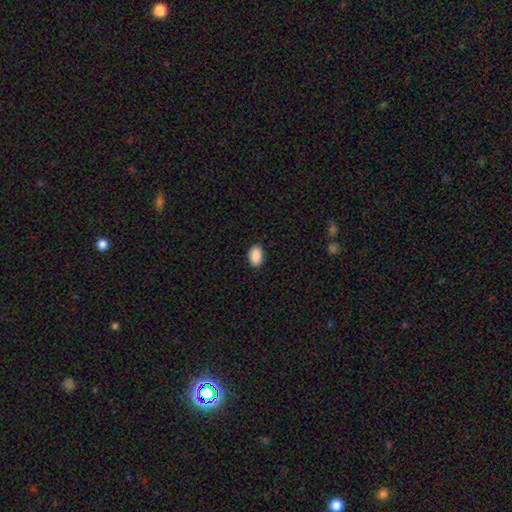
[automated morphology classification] Smooth or featured? Predicted: smooth (p=0.91). How rounded? Predicted: in between (p=0.92). Merging? Predicted: none (p=0.90).